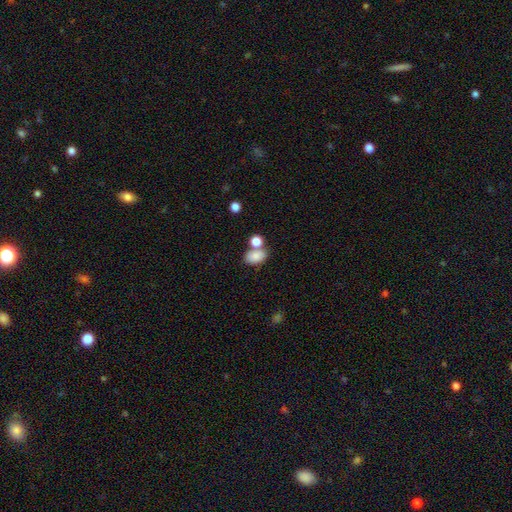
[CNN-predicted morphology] This is clearly a smooth galaxy (83%). How rounded: clearly in between (83%). Merging: possibly none (56%).